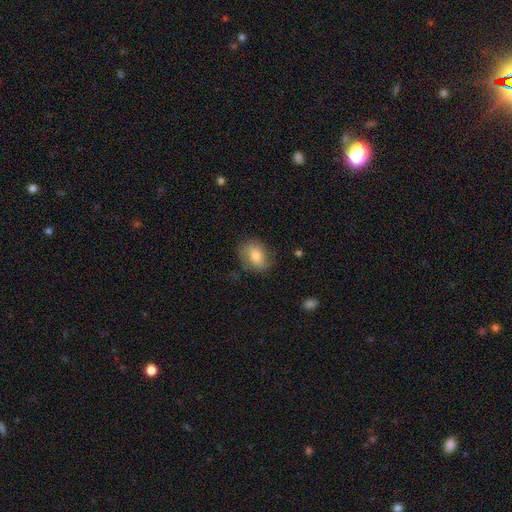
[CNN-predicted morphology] Smooth or featured: smooth — 74% (featured or disk — 18%)
How rounded: in between — 66% (round — 33%)
Merging: none — 75% (minor disturbance — 18%)